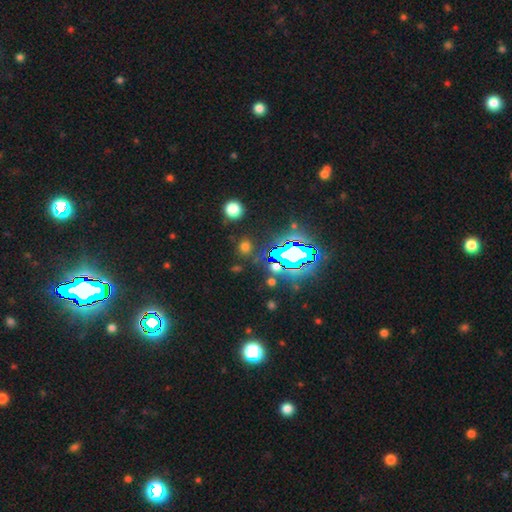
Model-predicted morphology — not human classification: This appears to be a star or artifact, not a galaxy (83%).